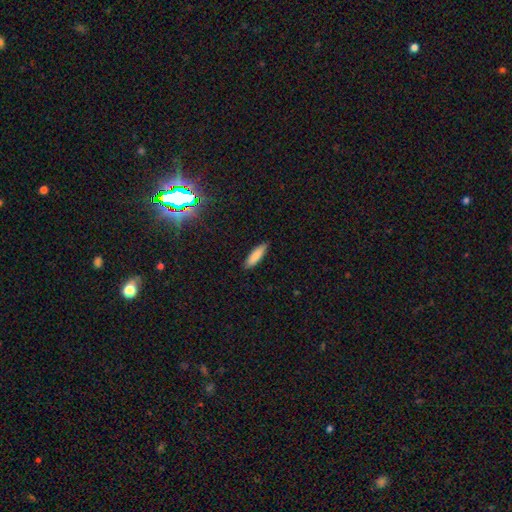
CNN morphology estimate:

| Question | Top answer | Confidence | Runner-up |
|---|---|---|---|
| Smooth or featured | smooth | 85% | featured or disk (8%) |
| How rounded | cigar-shaped | 62% | in between (36%) |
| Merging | none | 88% | minor disturbance (10%) |